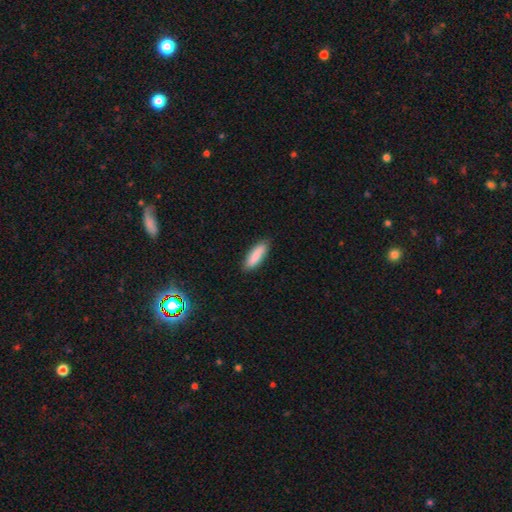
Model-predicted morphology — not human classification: This is clearly a smooth galaxy (85%). How rounded: possibly cigar-shaped (52%). Merging: clearly none (85%).